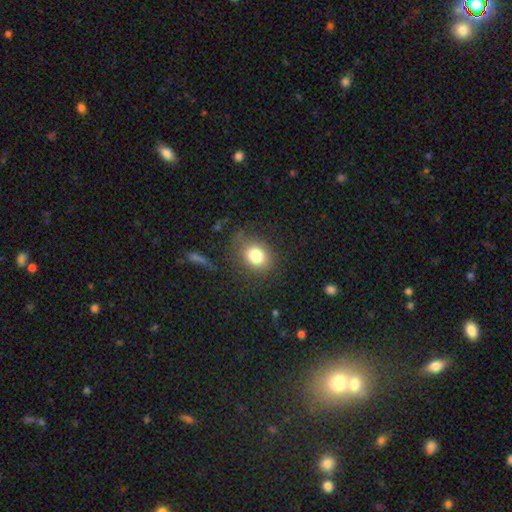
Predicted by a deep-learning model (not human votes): smooth-or-featured: smooth: 79% | star or artifact: 11% | featured or disk: 10%
  how-rounded: round: 58% | in between: 41% | cigar-shaped: 1%
  merging: none: 76% | minor disturbance: 15% | major disturbance: 7% | merger: 2%